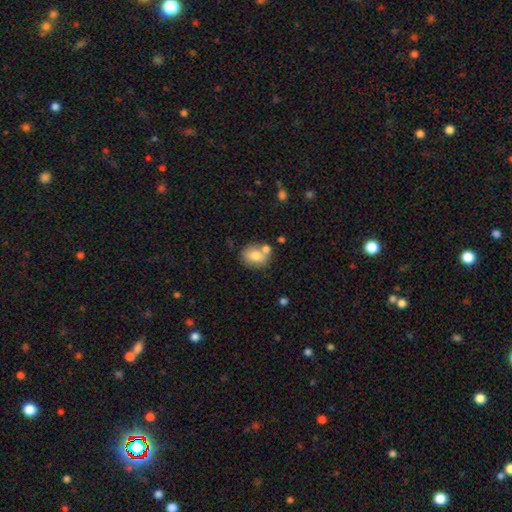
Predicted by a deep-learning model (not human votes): The model was most divided on "how rounded": in between: 50%, round: 49%, cigar-shaped: 1%. More confident: smooth or featured — smooth (76%); merging — none (58%).